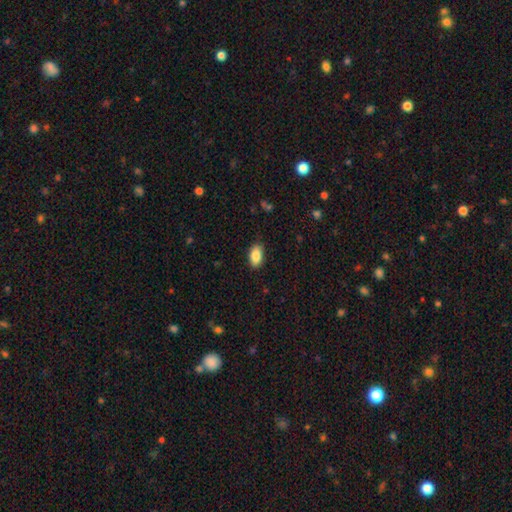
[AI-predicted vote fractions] smooth 86%, star or artifact 7%, featured or disk 7%. Down the decision tree: how rounded — in between (92%); merging — none (85%).